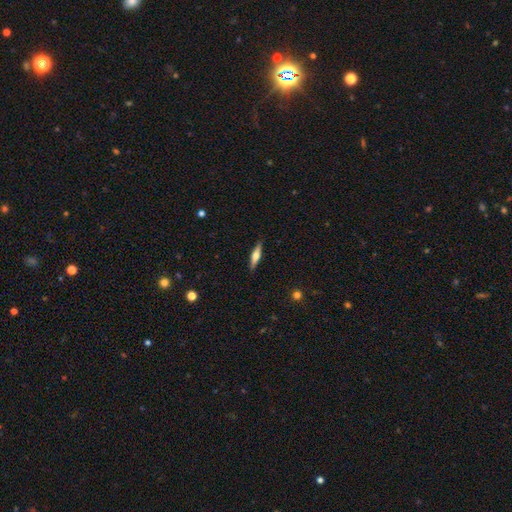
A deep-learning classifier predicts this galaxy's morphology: Smooth or featured? Predicted: featured or disk (p=0.53). Edge-on disk? Predicted: yes (p=0.95). Edge-on bulge? Predicted: rounded (p=0.90). Merging? Predicted: none (p=0.89).